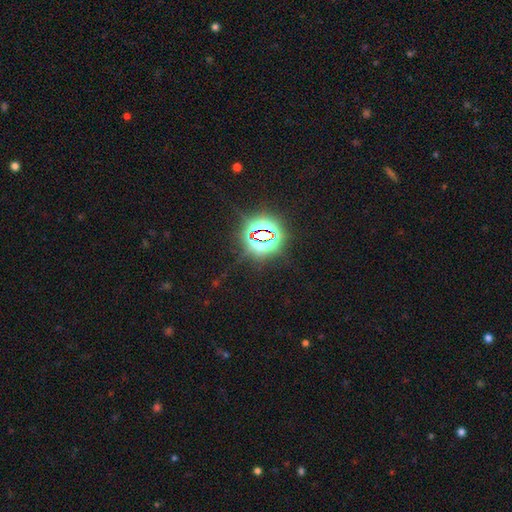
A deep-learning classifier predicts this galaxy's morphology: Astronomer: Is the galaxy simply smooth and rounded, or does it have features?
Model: star or artifact — 84%.